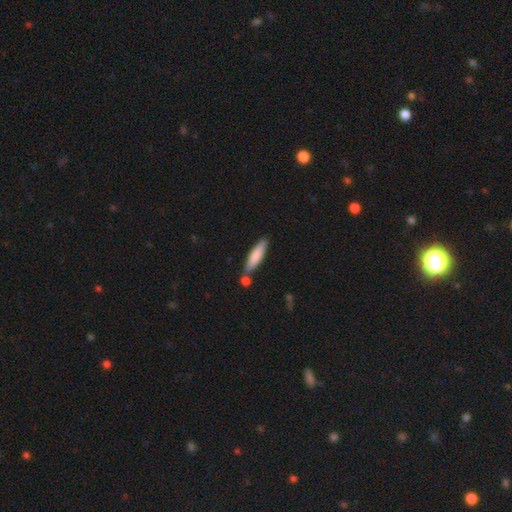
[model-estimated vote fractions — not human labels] A smooth galaxy with no disk features (77%) that is cigar-shaped (78%).

Vote fractions:
- Smooth or featured? smooth: 77% / featured or disk: 17% / star or artifact: 5%
- How rounded? cigar-shaped: 78% / in between: 20% / round: 1%
- Merging? none: 72% / minor disturbance: 13% / merger: 13% / major disturbance: 3%